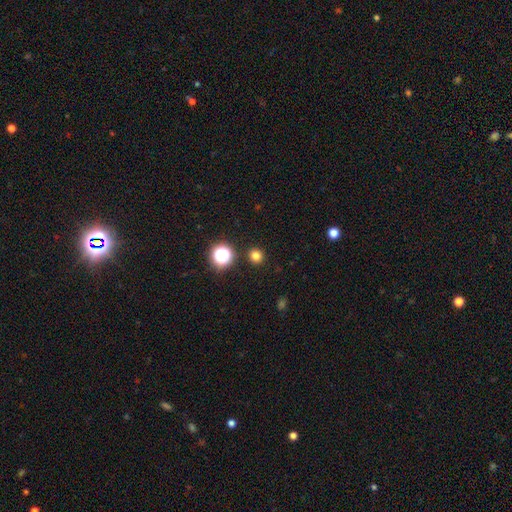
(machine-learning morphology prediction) This appears to be a smooth galaxy with no disk features (77%) that is round (92%). Merging: none (91%).